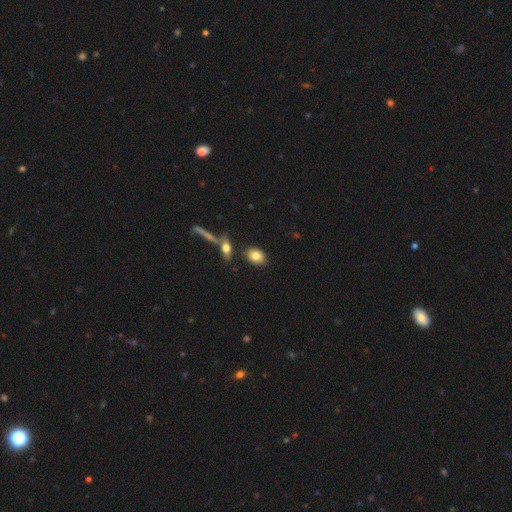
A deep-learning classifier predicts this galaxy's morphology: The model was most divided on "how rounded": in between: 80%, round: 18%, cigar-shaped: 2%. More confident: smooth or featured — smooth (81%); merging — none (80%).